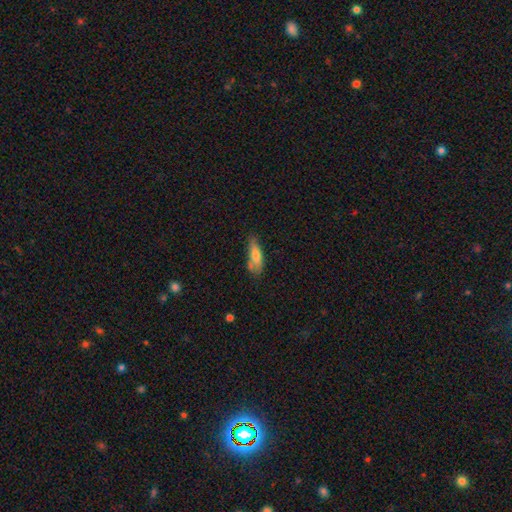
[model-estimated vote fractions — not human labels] Smooth or featured? smooth (71%)
How rounded? in between (50%)
Merging? none (56%)